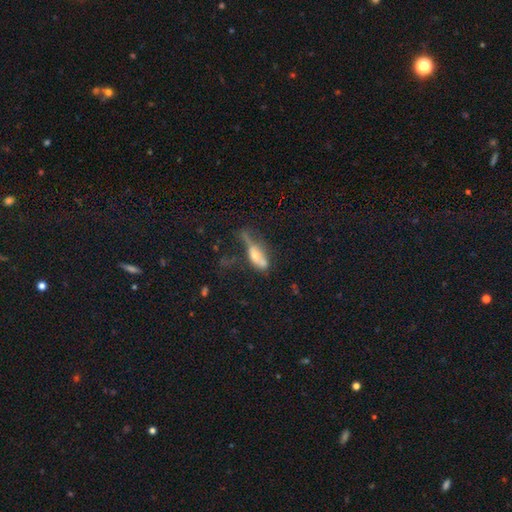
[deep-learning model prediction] Smooth or featured?
  - smooth: 44% * (tied)
  - featured or disk: 44% * (tied)
  - star or artifact: 12%
Merging?
  - major disturbance: 32% *
  - none: 25%
  - merger: 23%
  - minor disturbance: 21%